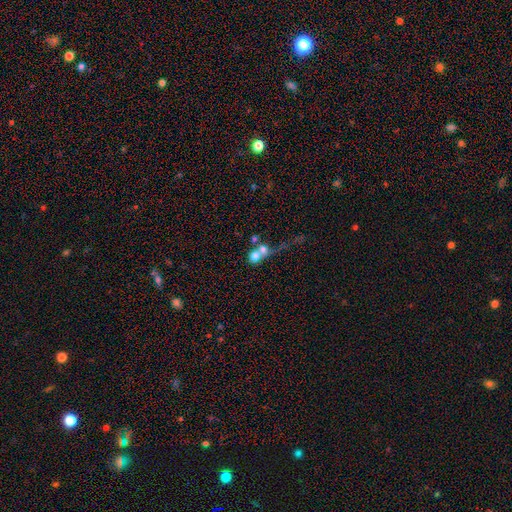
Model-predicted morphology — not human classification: Overall: smooth (65%). How rounded: round (75%). Merging: merger (65%).